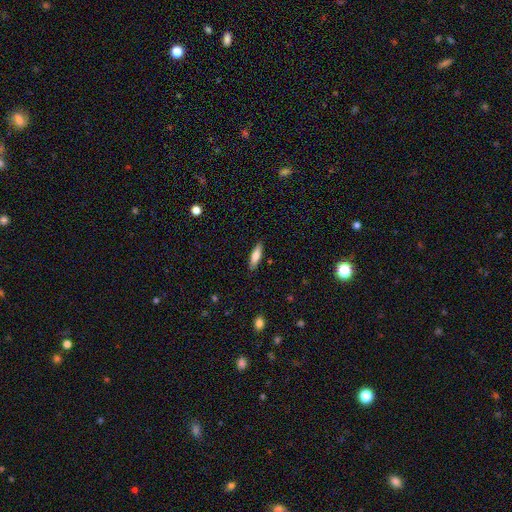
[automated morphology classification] This appears to be a smooth galaxy with no disk features (76%) that is cigar-shaped (54%). Merging: none (88%).